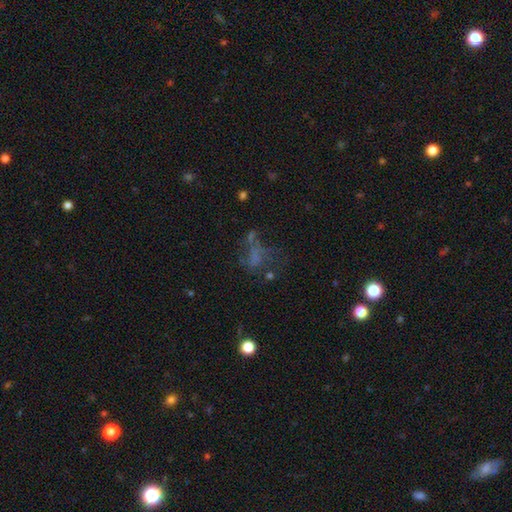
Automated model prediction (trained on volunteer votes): This appears to be a featured or disk galaxy (36%). Merging: none (36%, tied with major disturbance).